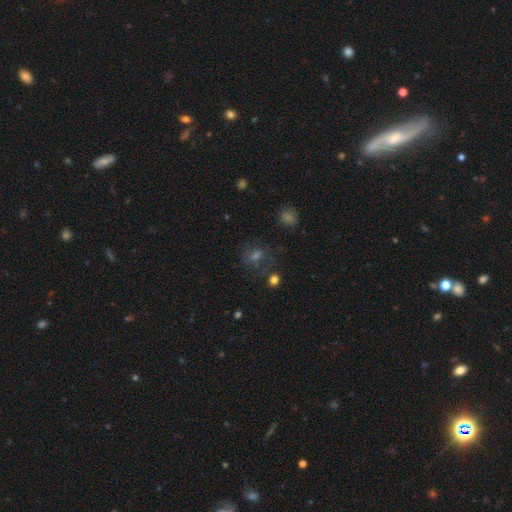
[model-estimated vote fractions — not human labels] Smooth or featured? Predicted: smooth (p=0.43). Merging? Predicted: none (p=0.67).